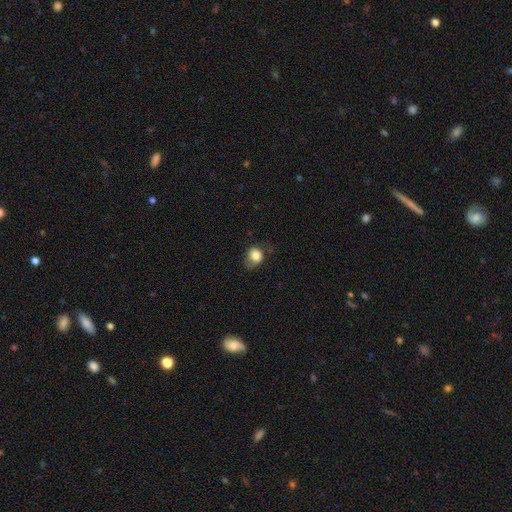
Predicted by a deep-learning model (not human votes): This is clearly a smooth galaxy (81%). How rounded: likely round (66%). Merging: possibly none (51%).